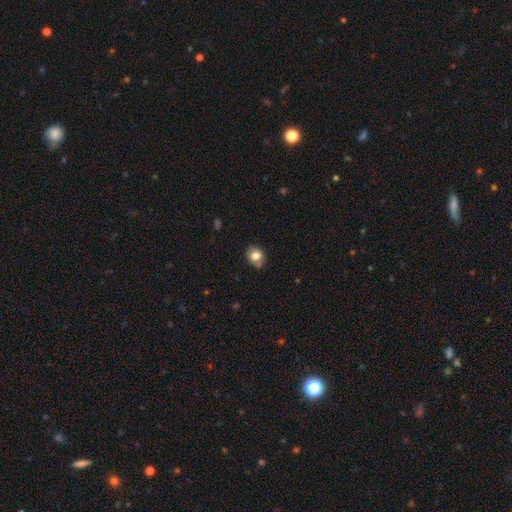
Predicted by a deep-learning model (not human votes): Overall: smooth (81%). How rounded: round (64%; in between 35%). Merging: none (78%).